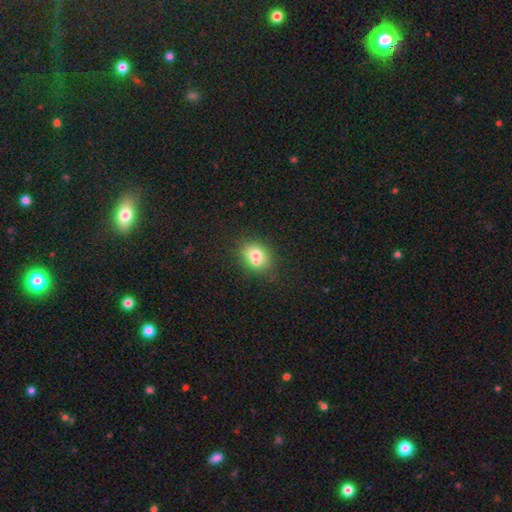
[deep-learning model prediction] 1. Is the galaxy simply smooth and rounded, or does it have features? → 72% smooth, 17% featured or disk, 11% star or artifact.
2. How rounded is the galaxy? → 53% round, 46% in between, 1% cigar-shaped.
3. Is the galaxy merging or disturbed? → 55% none, 29% merger, 13% minor disturbance, 4% major disturbance.